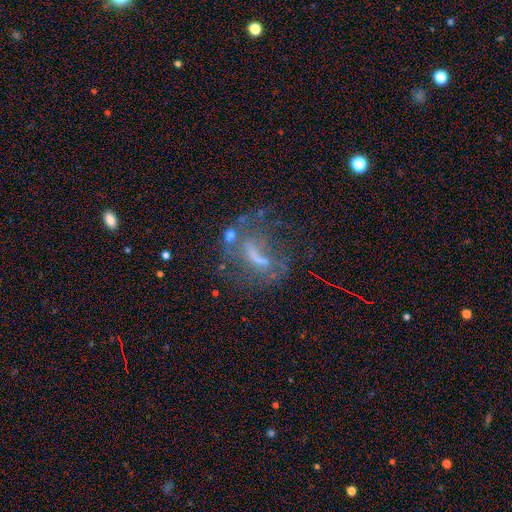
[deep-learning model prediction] smooth-or-featured: featured or disk: 57% | smooth: 23% | star or artifact: 21%
  disk-edge-on: no: 89% | yes: 11%
    bar: strong: 34% | weak: 33% | no: 33%
    has-spiral-arms: no: 57% | yes: 43%
    bulge-size: none: 45% | small: 26% | moderate: 22% | large: 5% | dominant: 2%
  merging: none: 43% | major disturbance: 31% | minor disturbance: 18% | merger: 8%